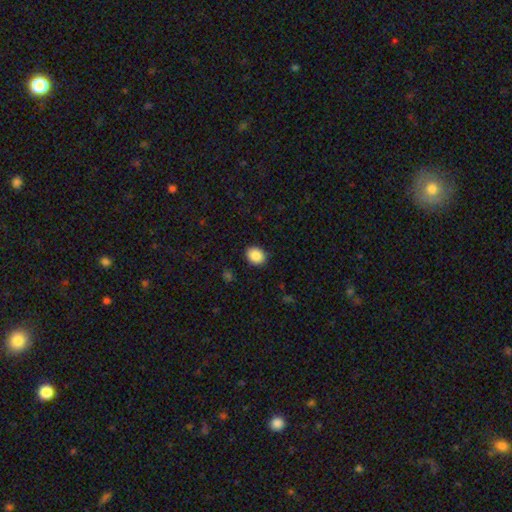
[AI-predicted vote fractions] Overall: smooth (88%). How rounded: round (51%; in between 48%). Merging: none (89%).